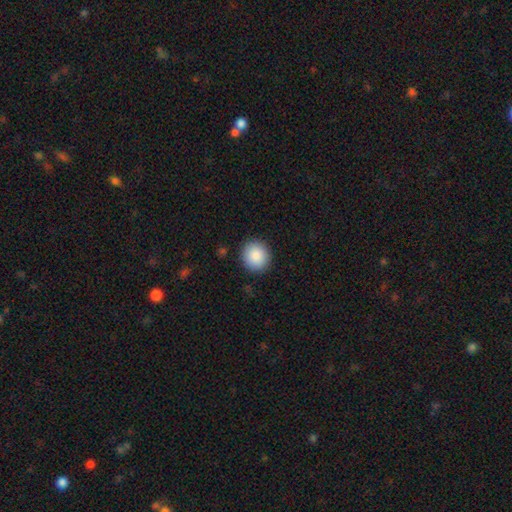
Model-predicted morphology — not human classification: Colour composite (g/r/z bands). It shows a smooth galaxy with no disk features (88%) that is round (91%). Merging: none (91%).